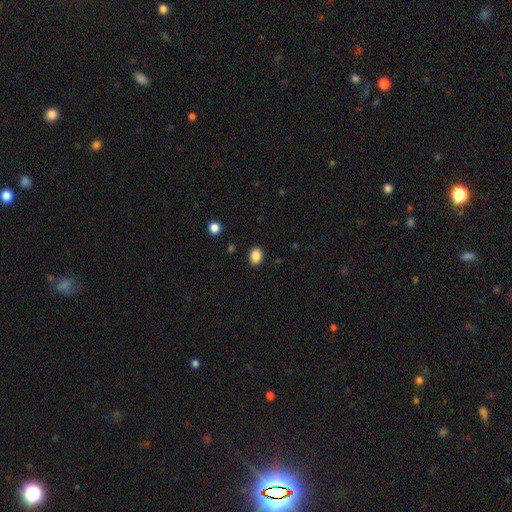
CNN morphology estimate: smooth 87%, star or artifact 9%, featured or disk 4%. Down the decision tree: how rounded — in between (67%); merging — none (89%).